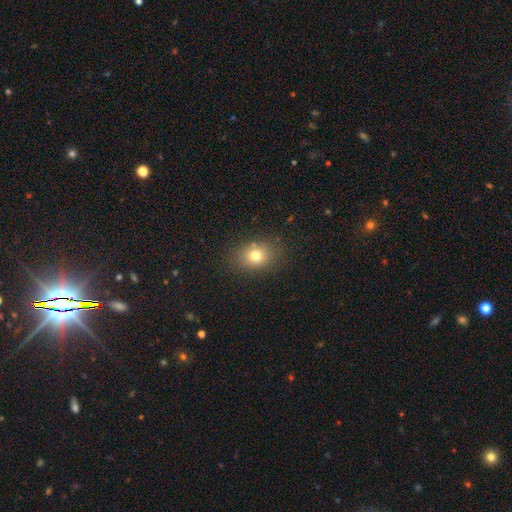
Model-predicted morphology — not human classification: type=smooth (76%); roundness=in between (53%); merging=none (83%).